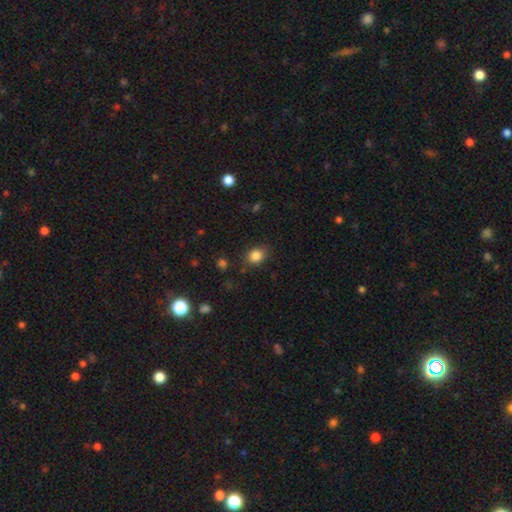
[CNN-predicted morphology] Smooth or featured: smooth — 85% (star or artifact — 11%)
How rounded: round — 56% (in between — 43%)
Merging: none — 82% (minor disturbance — 12%)